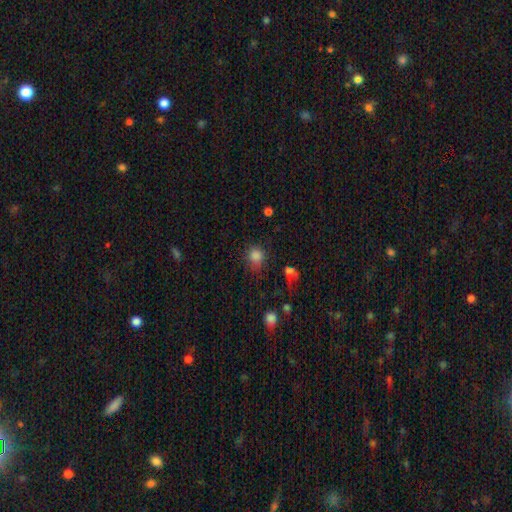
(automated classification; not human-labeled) Smooth or featured? smooth (82%)
How rounded? round (77%)
Merging? none (67%)